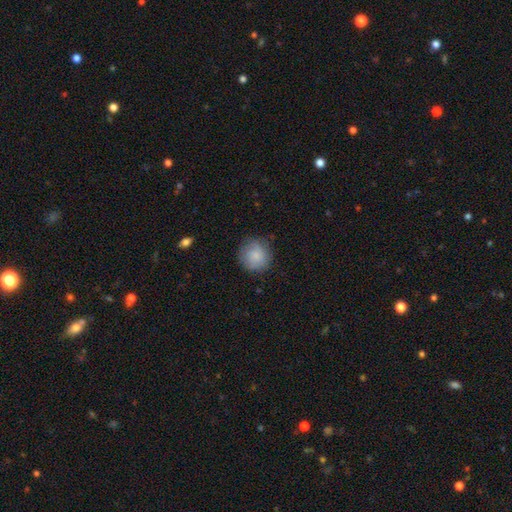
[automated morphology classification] This appears to be a smooth galaxy with no disk features (81%) that is round (91%). Merging: none (78%).